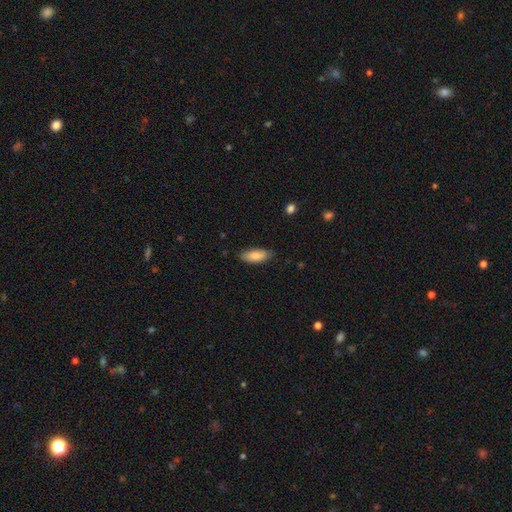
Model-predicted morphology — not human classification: Q: Smooth or featured?
A: smooth (84%); runner-up: featured or disk (10%)
Q: How rounded?
A: in between (80%); runner-up: cigar-shaped (18%)
Q: Merging?
A: none (80%); runner-up: minor disturbance (16%)